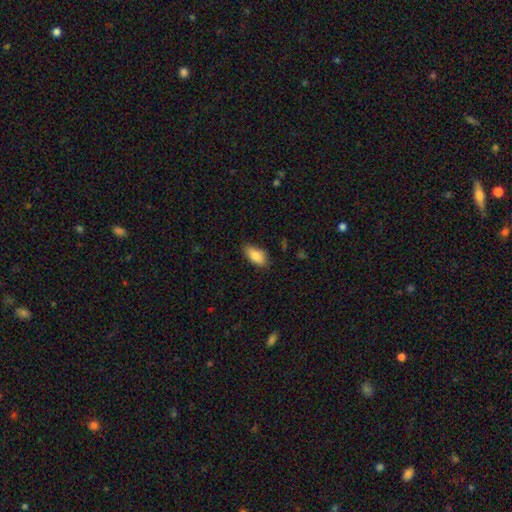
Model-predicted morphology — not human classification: The model was most divided on "merging": none: 82%, minor disturbance: 15%, major disturbance: 3%, merger: 1%. More confident: how rounded — in between (90%); smooth or featured — smooth (85%).